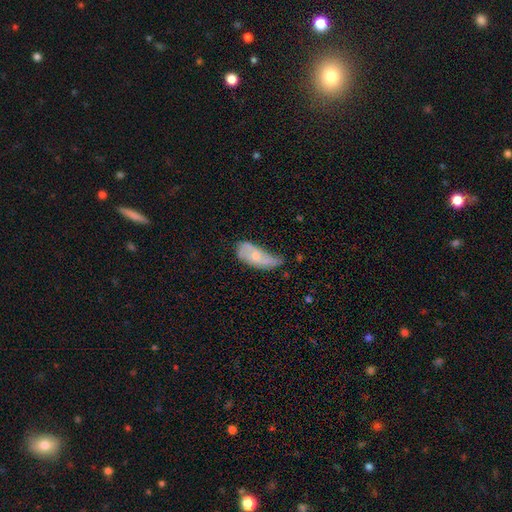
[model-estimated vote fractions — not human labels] A smooth galaxy with no disk features (52%) that is in between round and cigar-shaped (82%). Merging: minor disturbance (42%).